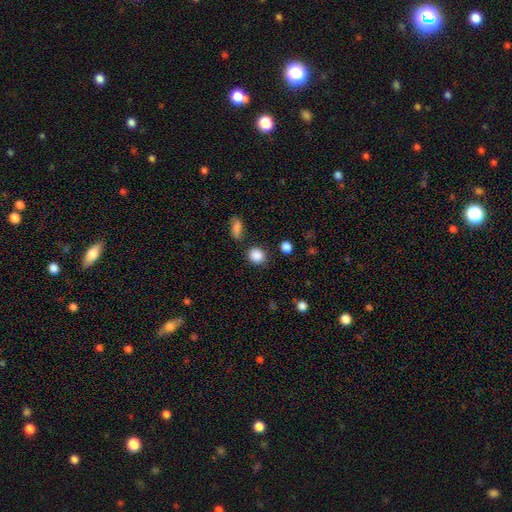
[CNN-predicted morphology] Smooth or featured? smooth (87%)
How rounded? round (76%)
Merging? none (83%)